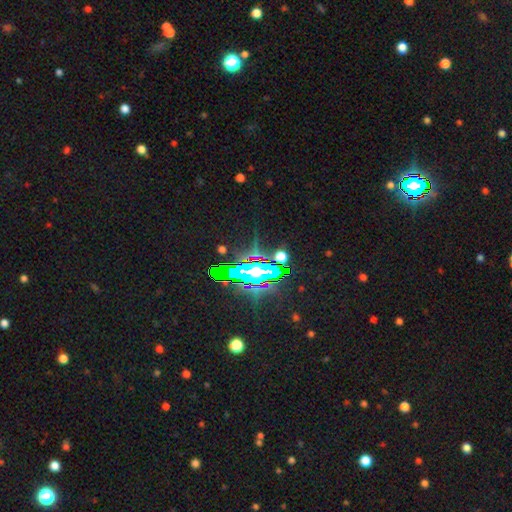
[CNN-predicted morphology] type=star or artifact (75%).